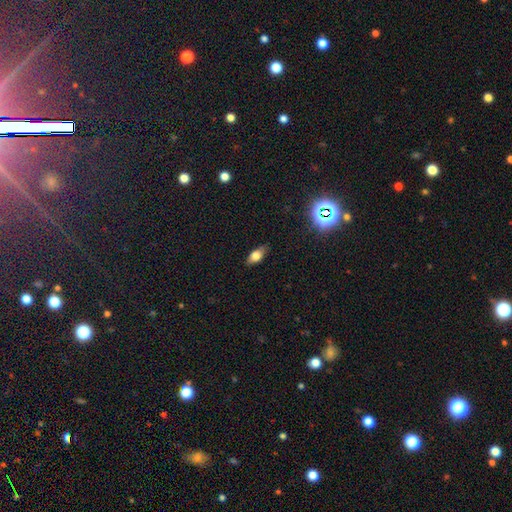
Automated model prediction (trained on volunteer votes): smooth-or-featured: smooth: 64% | featured or disk: 26% | star or artifact: 11%
  how-rounded: in between: 78% | cigar-shaped: 15% | round: 7%
  merging: none: 82% | minor disturbance: 14% | major disturbance: 3% | merger: 1%